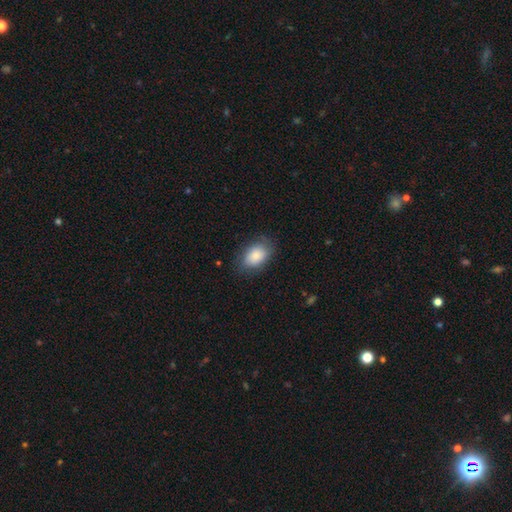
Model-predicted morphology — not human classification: Smooth or featured? smooth (83%)
How rounded? in between (87%)
Merging? none (75%)